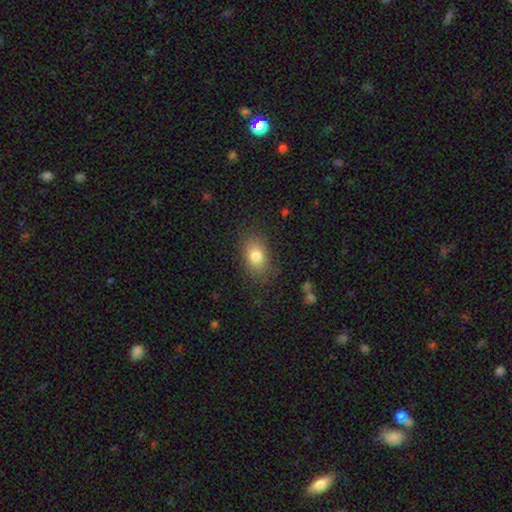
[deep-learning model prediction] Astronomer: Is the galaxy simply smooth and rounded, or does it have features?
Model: smooth — 81%.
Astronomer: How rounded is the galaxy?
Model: in between — 80%.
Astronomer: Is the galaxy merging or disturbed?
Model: none — 80%.